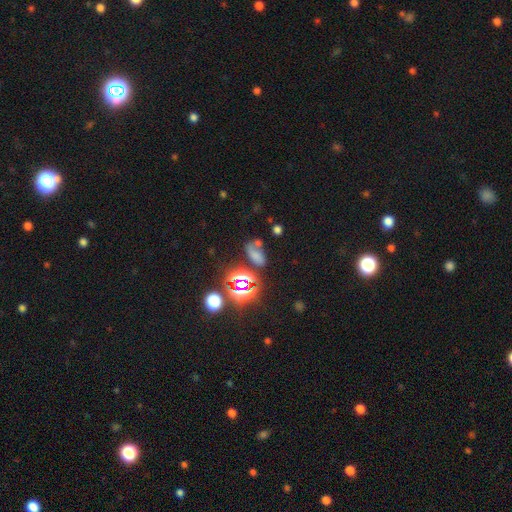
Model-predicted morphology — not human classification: This is possibly a smooth galaxy (52%). How rounded: clearly in between (81%). Merging: marginally none (39%).